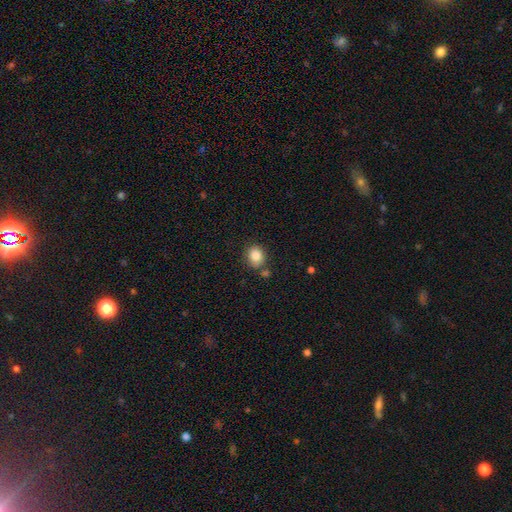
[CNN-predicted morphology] type=smooth (85%); roundness=round (56%); merging=none (76%).